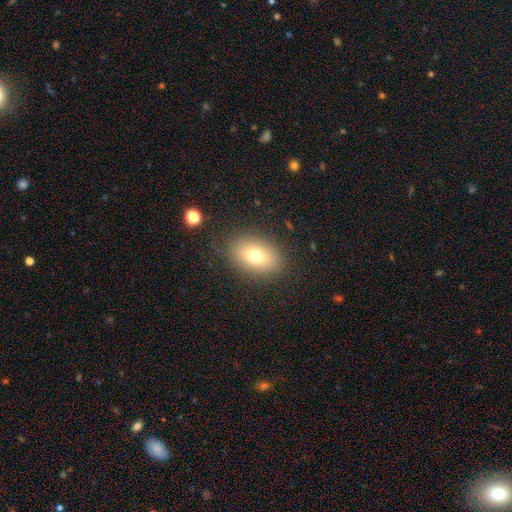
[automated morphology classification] Smooth or featured? Predicted: smooth (p=0.73). How rounded? Predicted: in between (p=0.80). Merging? Predicted: none (p=0.85).